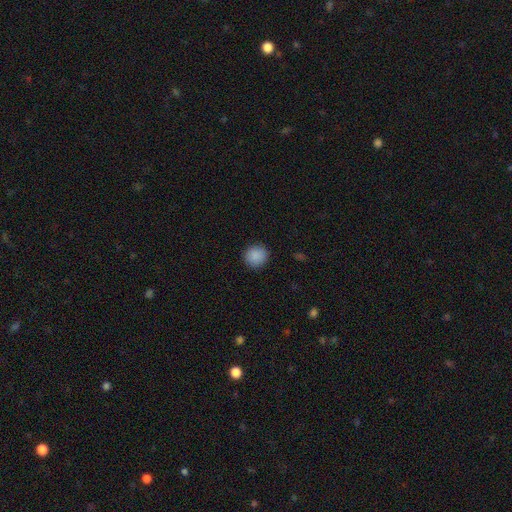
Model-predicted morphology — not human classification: Smooth or featured: smooth — 89% (star or artifact — 8%)
How rounded: round — 90% (in between — 9%)
Merging: none — 90% (minor disturbance — 7%)